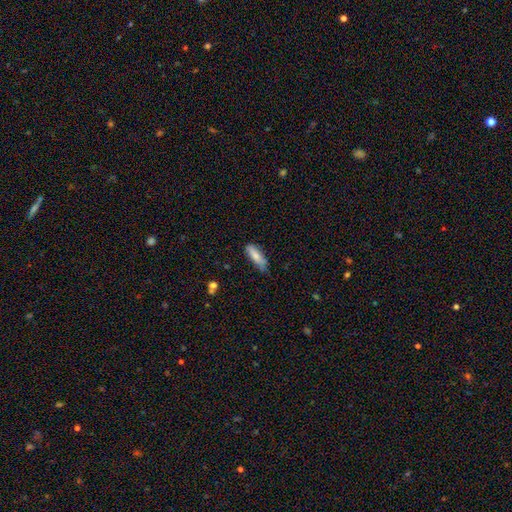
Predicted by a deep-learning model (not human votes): Overall: smooth (78%). How rounded: in between (52%; cigar-shaped 46%). Merging: none (63%; minor disturbance 29%).